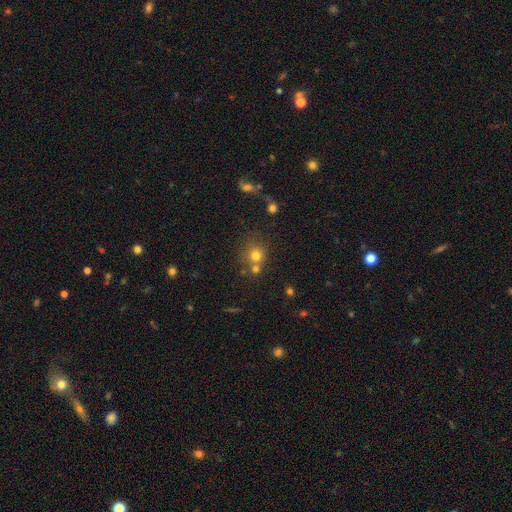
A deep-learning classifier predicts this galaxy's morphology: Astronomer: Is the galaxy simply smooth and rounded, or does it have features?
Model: smooth — 74%.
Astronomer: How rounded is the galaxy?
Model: round — 87%.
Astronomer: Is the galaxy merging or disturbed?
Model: none — 58%.